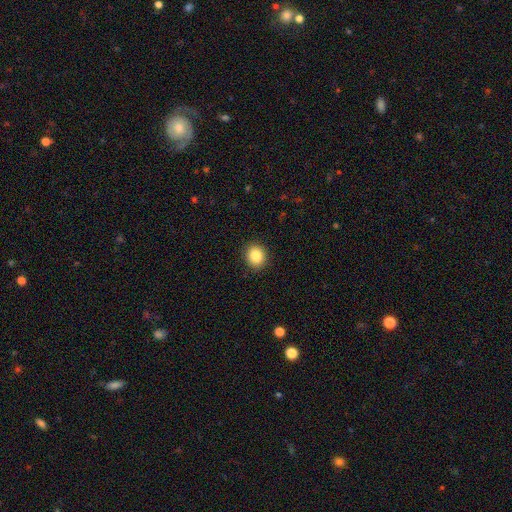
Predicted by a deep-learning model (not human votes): Smooth or featured? Predicted: smooth (p=0.86). How rounded? Predicted: round (p=0.70). Merging? Predicted: none (p=0.90).